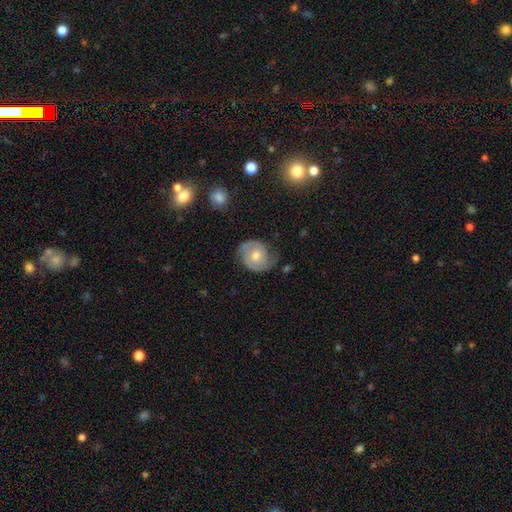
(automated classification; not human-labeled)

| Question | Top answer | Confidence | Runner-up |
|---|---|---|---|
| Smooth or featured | featured or disk | 73% | smooth (21%) |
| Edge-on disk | no | 98% | yes (2%) |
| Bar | no | 71% | weak (25%) |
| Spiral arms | yes | 90% | no (10%) |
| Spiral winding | tight | 57% | medium (34%) |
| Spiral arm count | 2 | 76% | can't tell (12%) |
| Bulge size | moderate | 68% | small (24%) |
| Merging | none | 71% | minor disturbance (20%) |